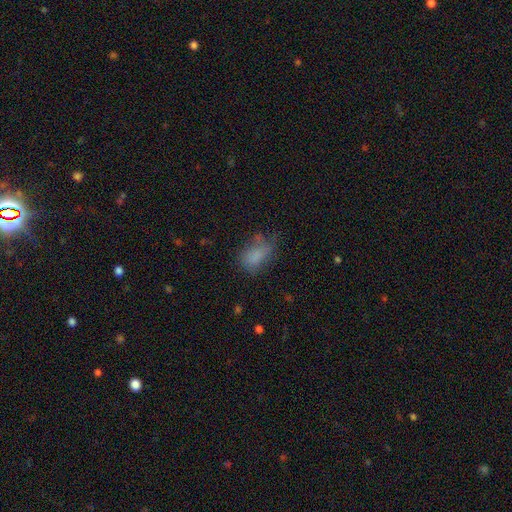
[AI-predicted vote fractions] This is likely a smooth galaxy (76%). How rounded: clearly in between (87%). Merging: possibly none (47%).